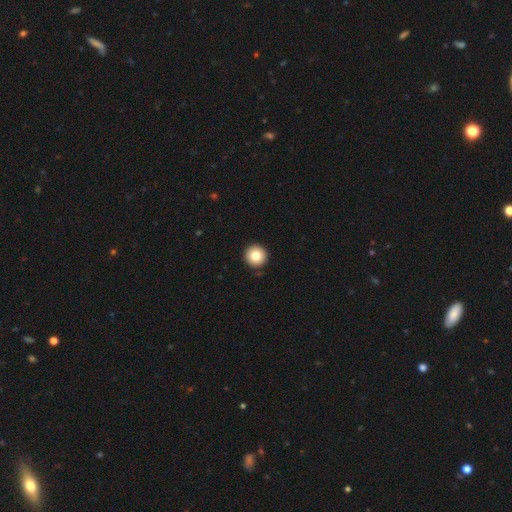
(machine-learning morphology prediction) smooth-or-featured: smooth: 81% | featured or disk: 10% | star or artifact: 9%
  how-rounded: round: 97% | in between: 2% | cigar-shaped: 1%
  merging: none: 93% | minor disturbance: 5% | major disturbance: 1% | merger: 1%